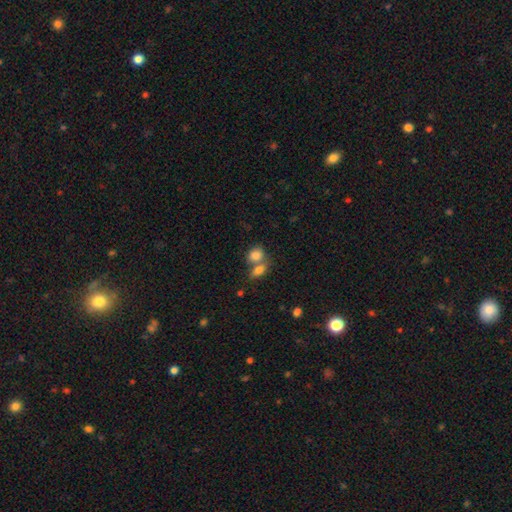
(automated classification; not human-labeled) Smooth or featured?
  - smooth: 82% *
  - featured or disk: 9%
  - star or artifact: 9%
How rounded?
  - in between: 57% *
  - round: 41%
  - cigar-shaped: 2%
Merging?
  - merger: 53% *
  - none: 34%
  - minor disturbance: 9%
  - major disturbance: 4%